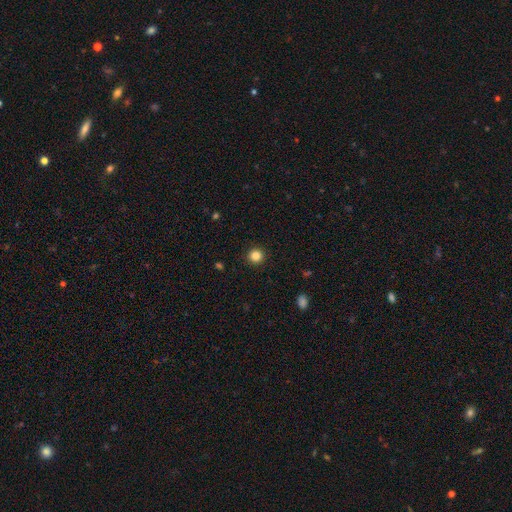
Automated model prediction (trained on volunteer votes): A smooth galaxy with no disk features (84%) that is round (95%).

Vote fractions:
- Smooth or featured? smooth: 84% / star or artifact: 11% / featured or disk: 4%
- How rounded? round: 95% / in between: 4% / cigar-shaped: 1%
- Merging? none: 93% / minor disturbance: 5% / major disturbance: 2% / merger: 1%